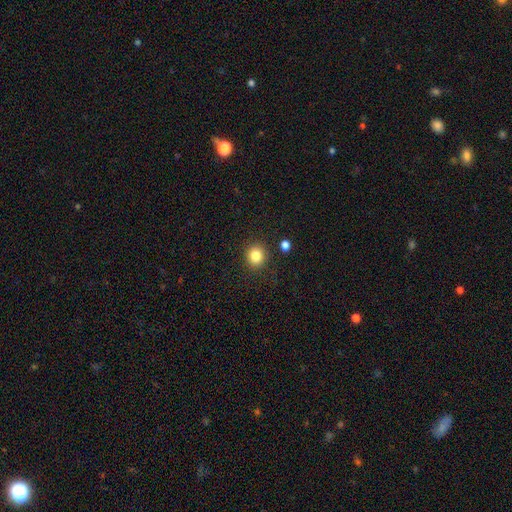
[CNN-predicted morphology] Smooth or featured? Predicted: smooth (p=0.83). How rounded? Predicted: round (p=0.86). Merging? Predicted: none (p=0.88).